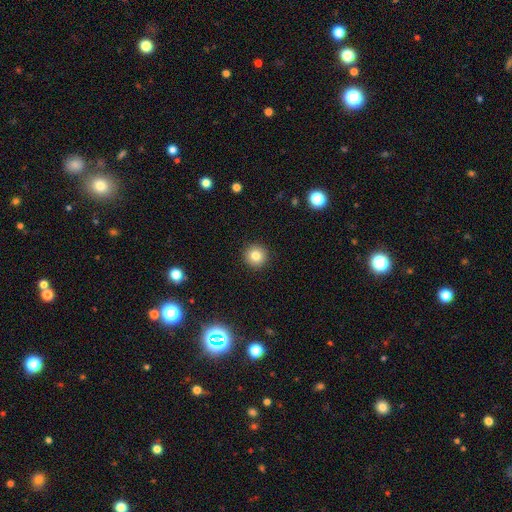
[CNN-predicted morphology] The model was most divided on "smooth or featured": smooth: 82%, star or artifact: 11%, featured or disk: 7%. More confident: how rounded — round (95%); merging — none (92%).